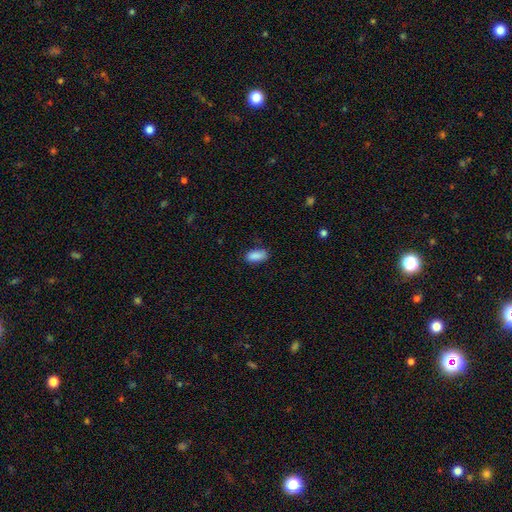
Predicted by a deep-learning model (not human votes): smooth-or-featured: smooth: 89% | star or artifact: 7% | featured or disk: 4%
  how-rounded: in between: 87% | cigar-shaped: 11% | round: 3%
  merging: none: 81% | minor disturbance: 15% | major disturbance: 3% | merger: 1%